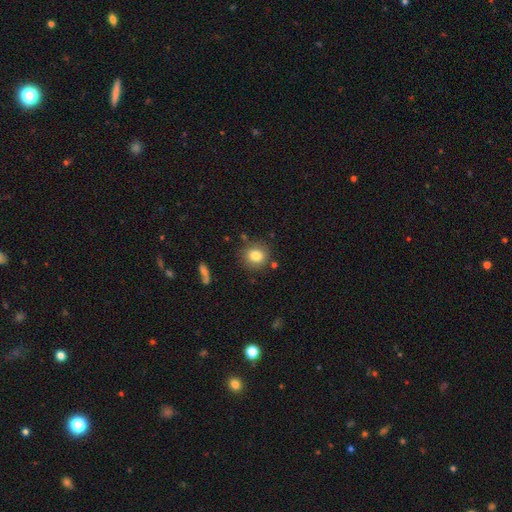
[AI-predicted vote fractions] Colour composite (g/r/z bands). It shows a smooth galaxy with no disk features (80%) that is round (87%). Merging: none (83%).